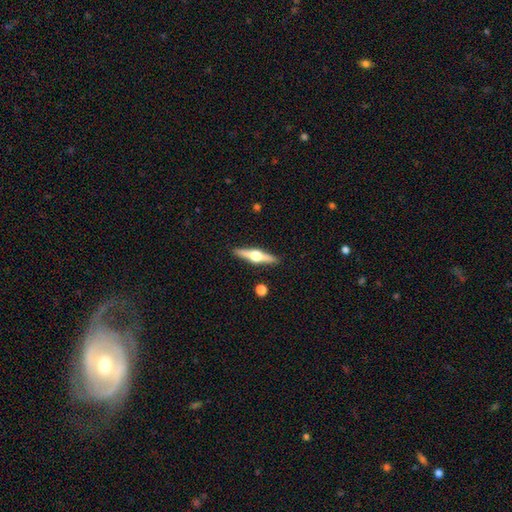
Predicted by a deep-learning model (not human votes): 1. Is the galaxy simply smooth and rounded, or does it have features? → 73% featured or disk, 22% smooth, 6% star or artifact.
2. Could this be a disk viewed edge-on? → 98% yes, 2% no.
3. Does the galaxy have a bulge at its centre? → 96% rounded, 3% boxy, 1% none.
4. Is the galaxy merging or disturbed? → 90% none, 7% minor disturbance, 2% merger, 2% major disturbance.